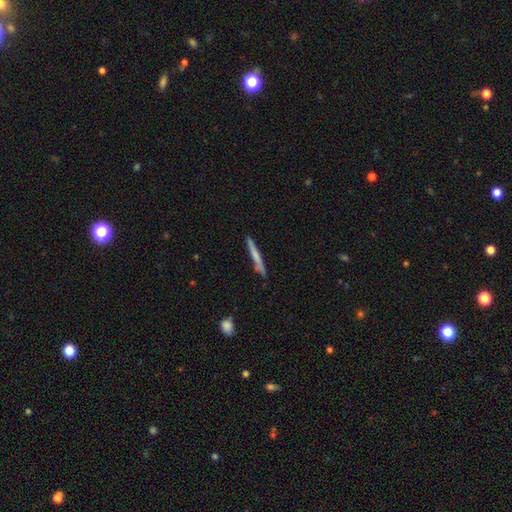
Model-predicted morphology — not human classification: A smooth galaxy with no disk features (60%) that is cigar-shaped (96%).

Vote fractions:
- Smooth or featured? smooth: 60% / featured or disk: 35% / star or artifact: 6%
- How rounded? cigar-shaped: 96% / in between: 3% / round: 1%
- Merging? none: 81% / minor disturbance: 14% / merger: 3% / major disturbance: 2%